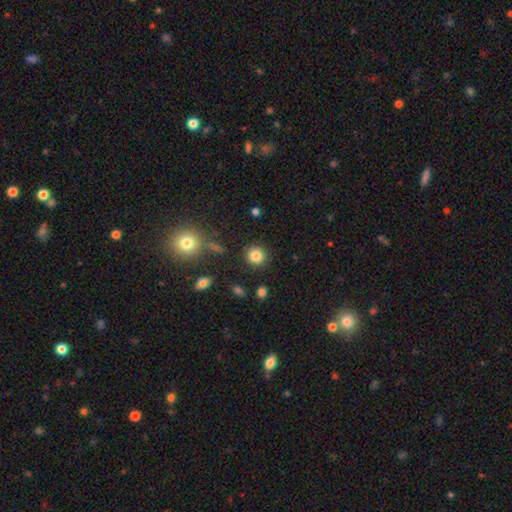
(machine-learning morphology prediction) A smooth galaxy with no disk features (84%) that is round (90%).

Vote fractions:
- Smooth or featured? smooth: 84% / star or artifact: 11% / featured or disk: 5%
- How rounded? round: 90% / in between: 9% / cigar-shaped: 1%
- Merging? none: 88% / minor disturbance: 6% / major disturbance: 3% / merger: 2%